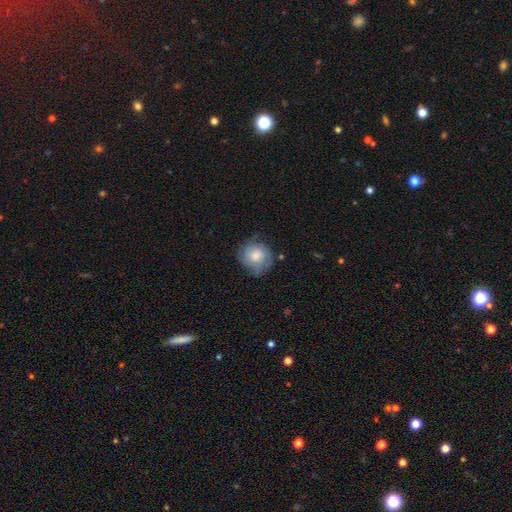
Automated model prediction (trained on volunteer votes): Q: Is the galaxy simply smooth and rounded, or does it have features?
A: smooth — 56%.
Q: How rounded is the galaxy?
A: round — 85%.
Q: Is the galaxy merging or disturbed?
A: none — 64%.